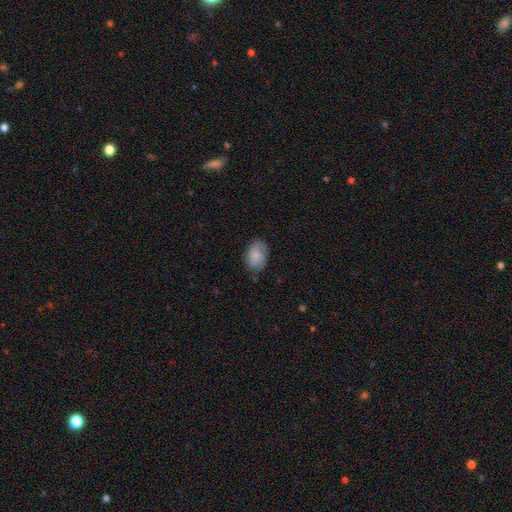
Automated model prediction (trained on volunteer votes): Morphology: type=smooth (77%); roundness=in between (86%); merging=none (71%).